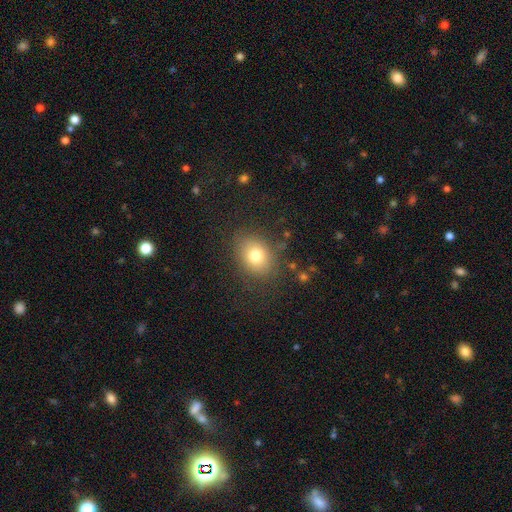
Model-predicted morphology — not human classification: Smooth or featured? smooth (77%)
How rounded? in between (51%)
Merging? none (80%)